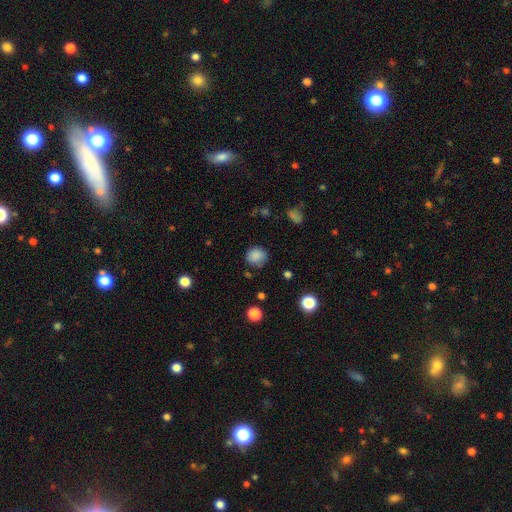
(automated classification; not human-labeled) Morphology: type=smooth (85%); roundness=round (85%); merging=none (78%).